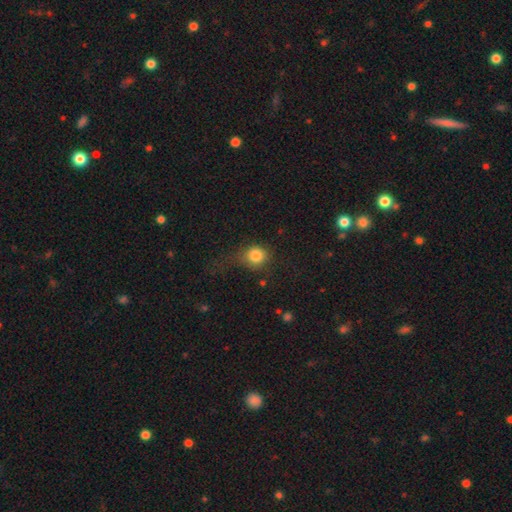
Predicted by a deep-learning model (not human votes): This appears to be a smooth galaxy with no disk features (82%) that is round (82%). Merging: none (53%).